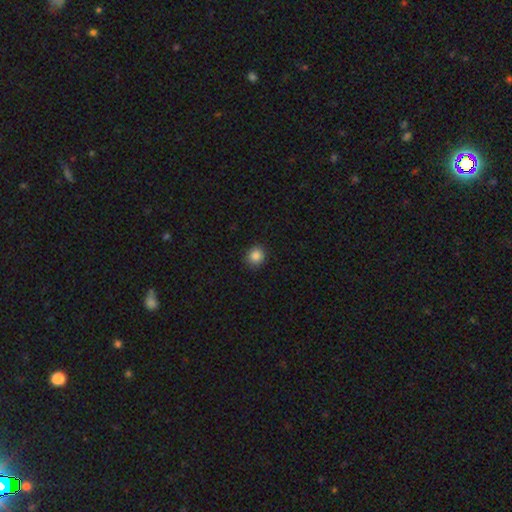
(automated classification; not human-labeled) smooth_or_featured: smooth (p=0.86) [alt: star or artifact p=0.10]
how_rounded: round (p=0.84) [alt: in between p=0.15]
merging: none (p=0.90) [alt: minor disturbance p=0.07]